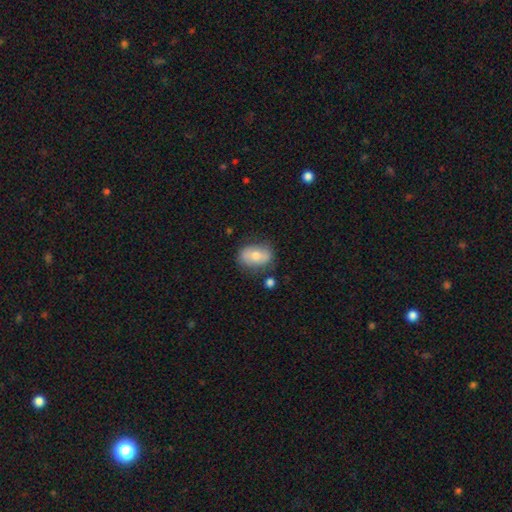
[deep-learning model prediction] This is likely a smooth galaxy (65%). How rounded: clearly in between (82%). Merging: likely none (72%).